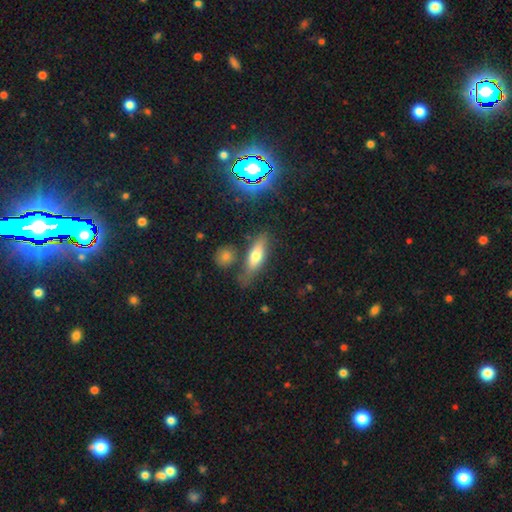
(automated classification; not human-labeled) This appears to be a smooth galaxy with no disk features (62%) that is in between round and cigar-shaped (55%). Merging: none (64%).